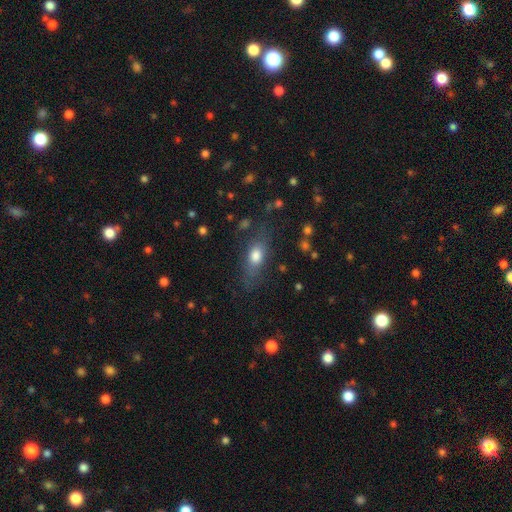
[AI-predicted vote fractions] smooth_or_featured: smooth (p=0.71) [alt: featured or disk p=0.20]
how_rounded: in between (p=0.74) [alt: cigar-shaped p=0.17]
merging: none (p=0.68) [alt: minor disturbance p=0.19]